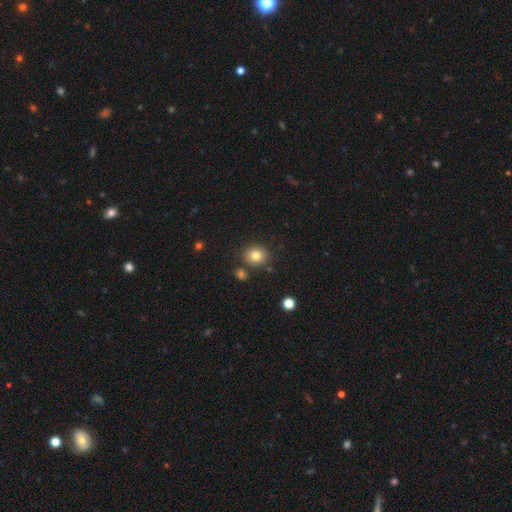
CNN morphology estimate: Smooth or featured? smooth (81%)
How rounded? round (72%)
Merging? none (81%)